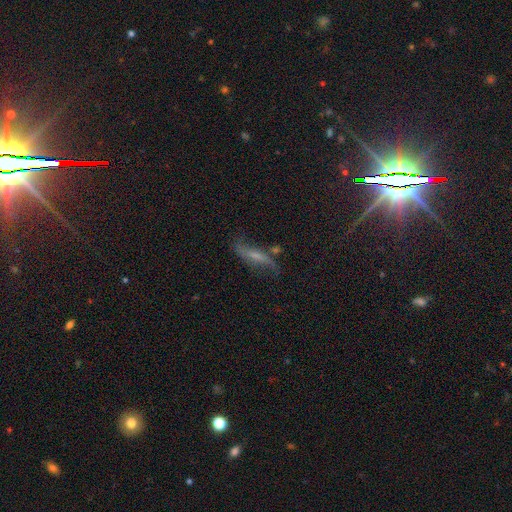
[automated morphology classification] The model was most divided on "edge-on disk": no: 60%, yes: 40%. More confident: smooth or featured — featured or disk (58%); merging — none (55%).